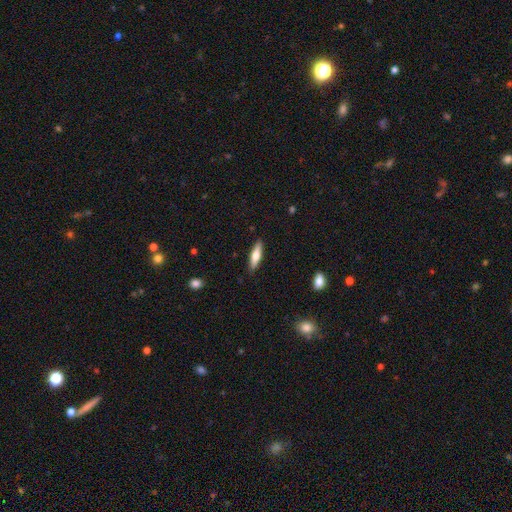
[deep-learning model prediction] smooth-or-featured: smooth: 65% | featured or disk: 29% | star or artifact: 6%
  how-rounded: cigar-shaped: 70% | in between: 28% | round: 2%
  merging: none: 89% | minor disturbance: 8% | major disturbance: 2% | merger: 1%